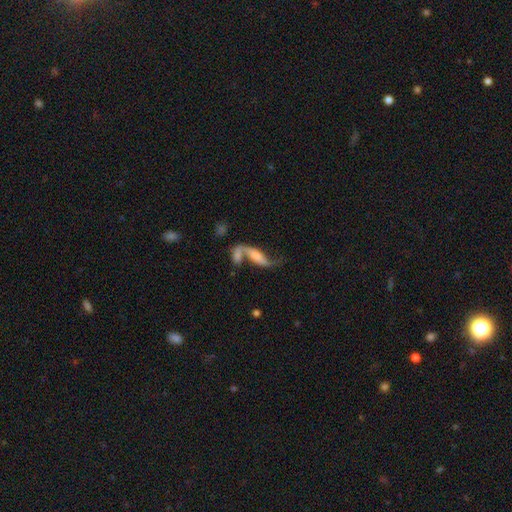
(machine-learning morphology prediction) This is likely a featured or disk galaxy (65%). It is clearly not viewed edge-on (81%). Bar: possibly no (54%). Spiral arm pattern: clearly yes (83%). Central bulge: marginally none (38%). Merging: possibly merger (45%).